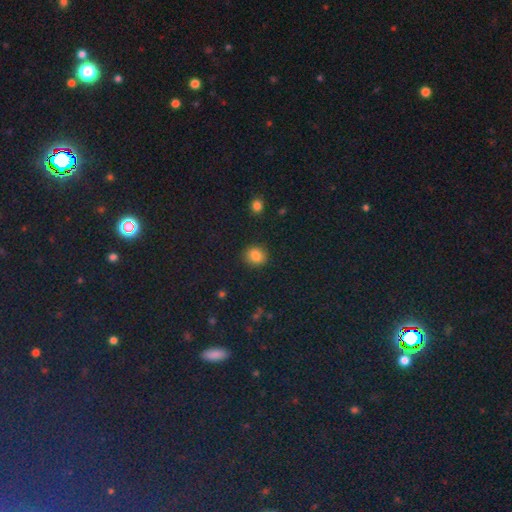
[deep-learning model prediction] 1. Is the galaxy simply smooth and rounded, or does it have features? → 84% smooth, 11% star or artifact, 5% featured or disk.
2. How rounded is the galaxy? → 78% round, 21% in between, 1% cigar-shaped.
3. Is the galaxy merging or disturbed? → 90% none, 7% minor disturbance, 2% major disturbance, 1% merger.